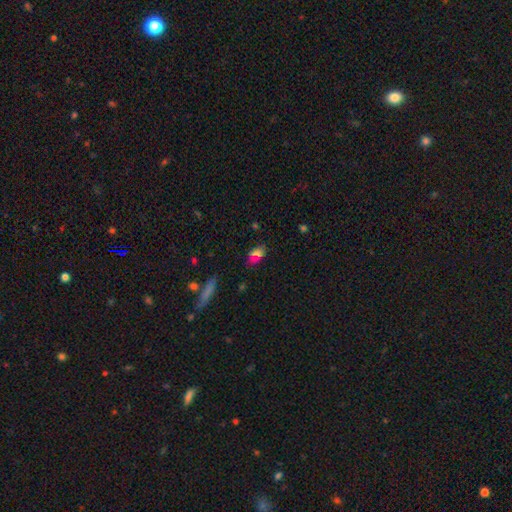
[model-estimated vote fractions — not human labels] Smooth or featured?
  - smooth: 71% *
  - star or artifact: 15%
  - featured or disk: 14%
How rounded?
  - in between: 87% *
  - round: 8%
  - cigar-shaped: 6%
Merging?
  - none: 75% *
  - minor disturbance: 17%
  - merger: 4%
  - major disturbance: 4%